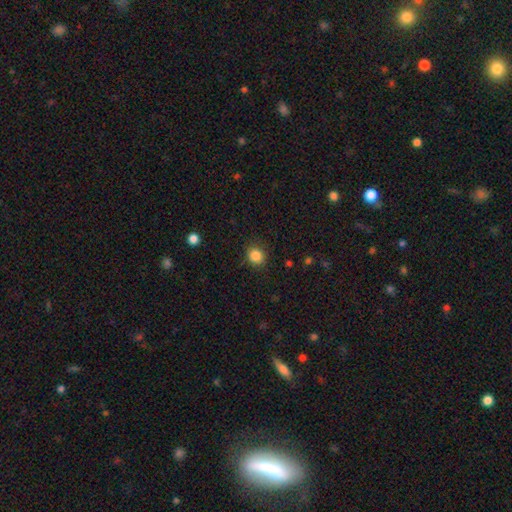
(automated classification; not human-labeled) Smooth or featured?
  - smooth: 85% *
  - star or artifact: 11%
  - featured or disk: 4%
How rounded?
  - round: 83% *
  - in between: 16%
  - cigar-shaped: 1%
Merging?
  - none: 87% *
  - minor disturbance: 9%
  - major disturbance: 3%
  - merger: 1%